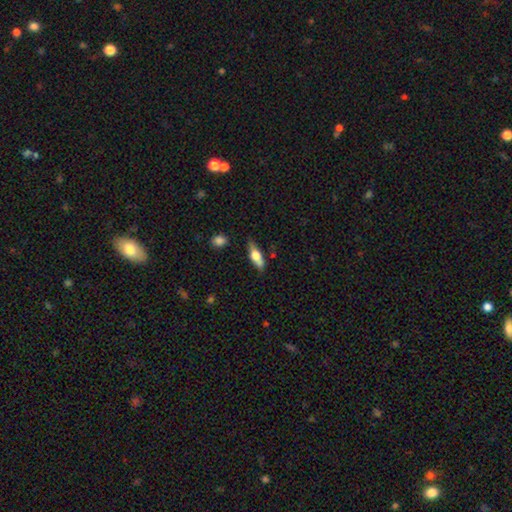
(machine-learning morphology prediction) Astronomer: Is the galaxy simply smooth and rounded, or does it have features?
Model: smooth — 53% (runner-up: featured or disk, 40%).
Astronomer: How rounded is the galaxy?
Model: in between — 53% (runner-up: cigar-shaped, 43%).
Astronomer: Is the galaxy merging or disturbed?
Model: none — 70%.